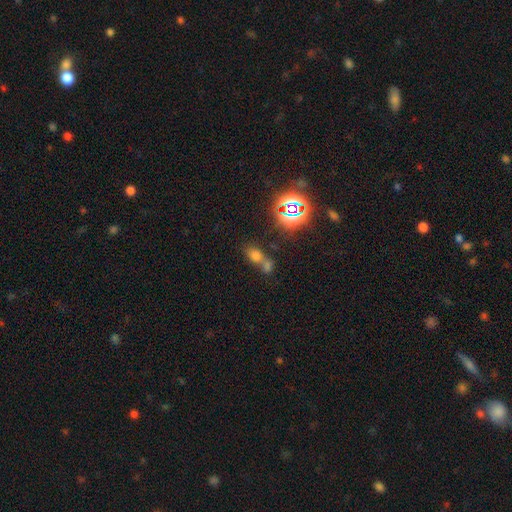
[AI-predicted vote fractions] smooth 59%, star or artifact 29%, featured or disk 12%. Down the decision tree: how rounded — in between (69%); merging — merger (56%).